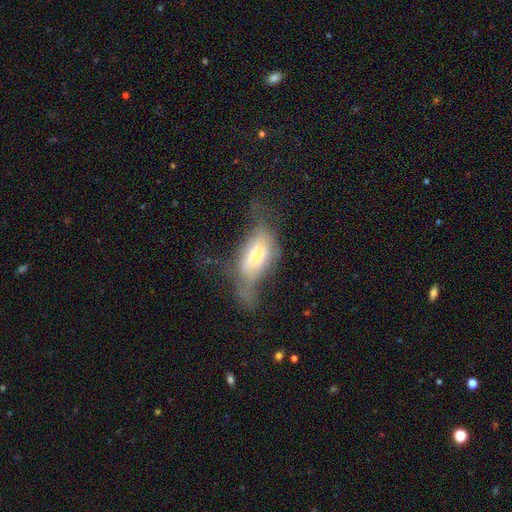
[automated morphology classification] smooth-or-featured: smooth: 49% | featured or disk: 42% | star or artifact: 10%
  merging: major disturbance: 47% | minor disturbance: 24% | none: 22% | merger: 6%